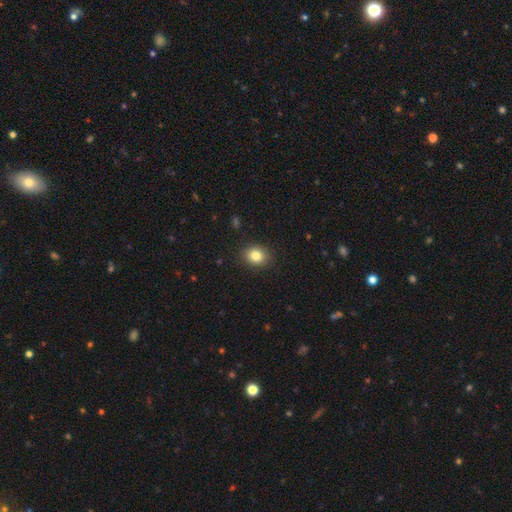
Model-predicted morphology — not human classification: A smooth galaxy with no disk features (83%) that is round (60%). Merging: none (89%).